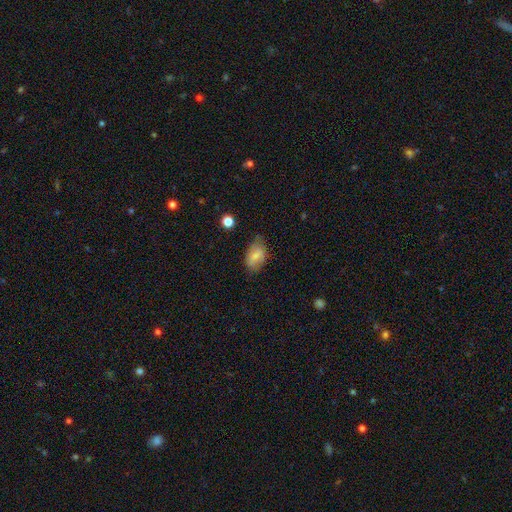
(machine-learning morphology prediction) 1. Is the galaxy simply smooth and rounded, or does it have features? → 69% smooth, 23% featured or disk, 8% star or artifact.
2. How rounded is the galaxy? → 89% in between, 9% round, 2% cigar-shaped.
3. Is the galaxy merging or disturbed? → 67% none, 25% minor disturbance, 6% major disturbance, 2% merger.